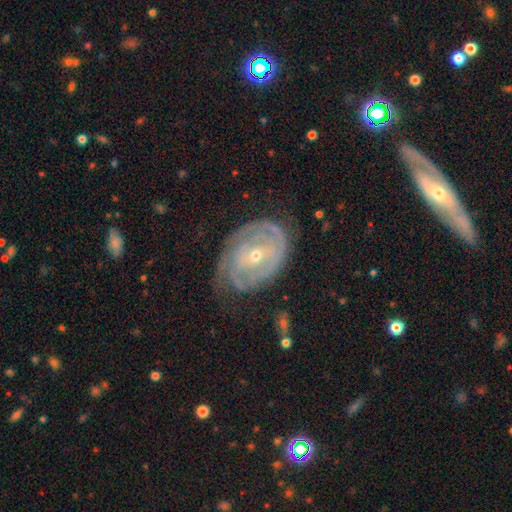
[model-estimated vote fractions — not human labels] Smooth or featured: featured or disk — 82% (smooth — 12%)
Edge-on disk: no — 96% (yes — 4%)
Bar: no — 51% (weak — 36%)
Spiral arms: yes — 87% (no — 13%)
Spiral winding: tight — 69% (medium — 23%)
Spiral arm count: can't tell — 40% (2 — 31%)
Bulge size: small — 60% (moderate — 37%)
Merging: none — 59% (minor disturbance — 26%)